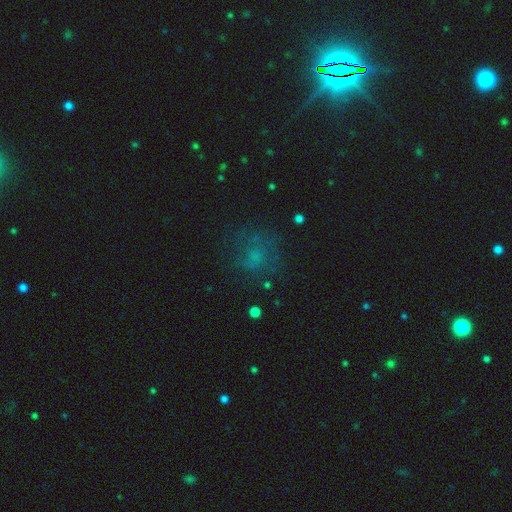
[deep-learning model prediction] Smooth or featured: smooth — 50% (star or artifact — 27%)
Merging: none — 62% (minor disturbance — 18%)